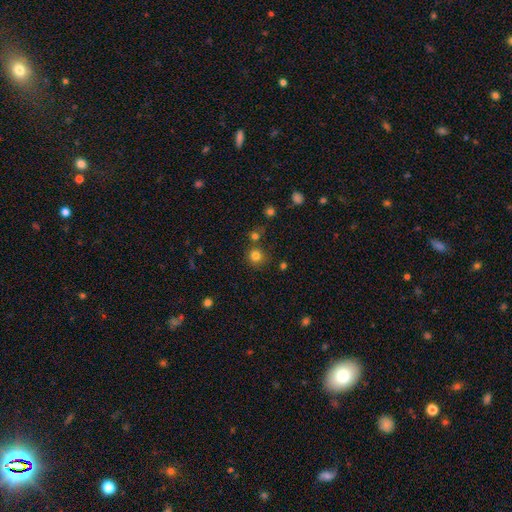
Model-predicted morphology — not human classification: smooth_or_featured: smooth (p=0.80) [alt: star or artifact p=0.14]
how_rounded: round (p=0.92) [alt: in between p=0.07]
merging: none (p=0.77) [alt: merger p=0.11]